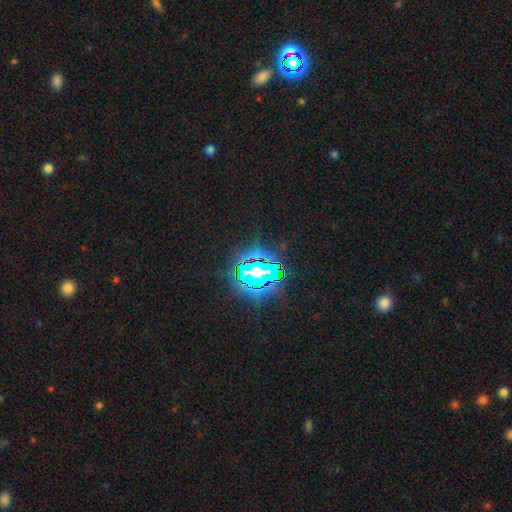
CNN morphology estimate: The model was most divided on "smooth or featured": star or artifact: 80%, smooth: 13%, featured or disk: 8%.